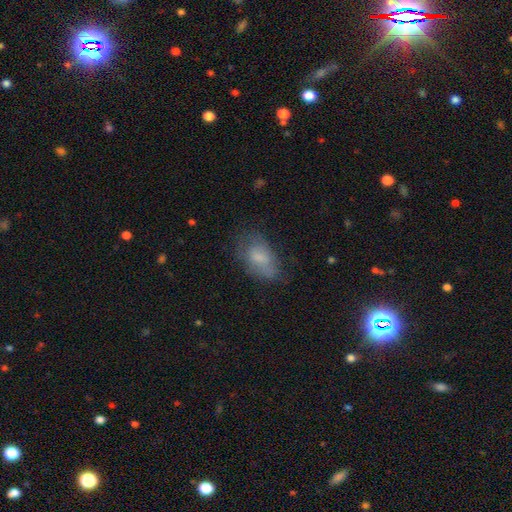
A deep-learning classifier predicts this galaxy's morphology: smooth_or_featured: smooth (p=0.57) [alt: featured or disk p=0.23]
how_rounded: in between (p=0.86) [alt: round p=0.12]
merging: none (p=0.64) [alt: minor disturbance p=0.24]